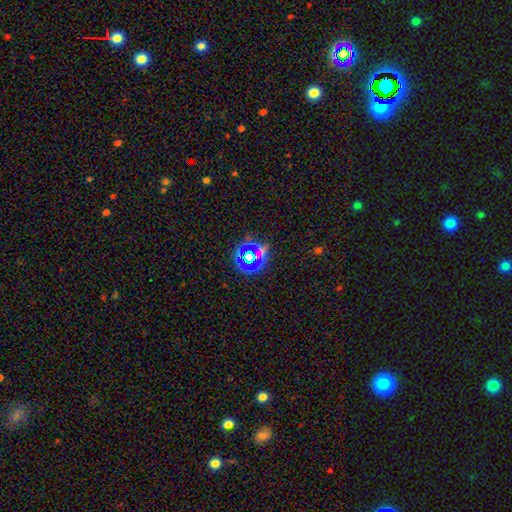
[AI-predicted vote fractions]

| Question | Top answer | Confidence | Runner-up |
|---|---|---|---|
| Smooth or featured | star or artifact | 48% | smooth (40%) |